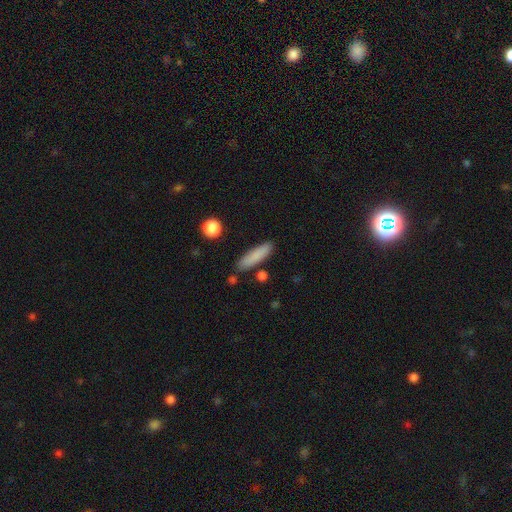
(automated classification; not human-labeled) smooth 83%, featured or disk 10%, star or artifact 7%. Down the decision tree: how rounded — cigar-shaped (75%); merging — none (84%).